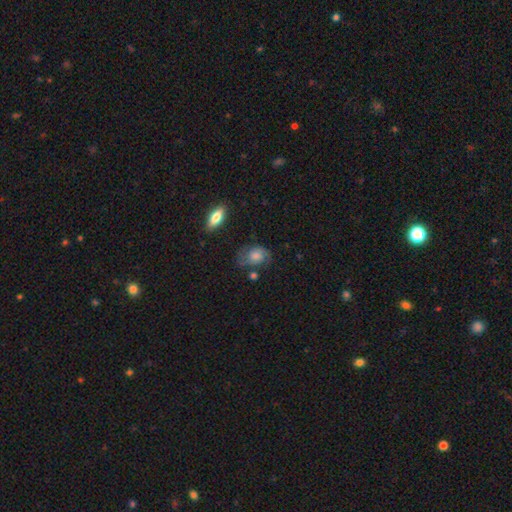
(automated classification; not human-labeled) smooth-or-featured: featured or disk: 53% | smooth: 37% | star or artifact: 9%
  disk-edge-on: no: 95% | yes: 5%
    bar: no: 73% | weak: 23% | strong: 4%
    has-spiral-arms: yes: 86% | no: 14%
    bulge-size: moderate: 42% | small: 26% | large: 21% | none: 9% | dominant: 3%
  merging: none: 59% | minor disturbance: 25% | major disturbance: 11% | merger: 4%